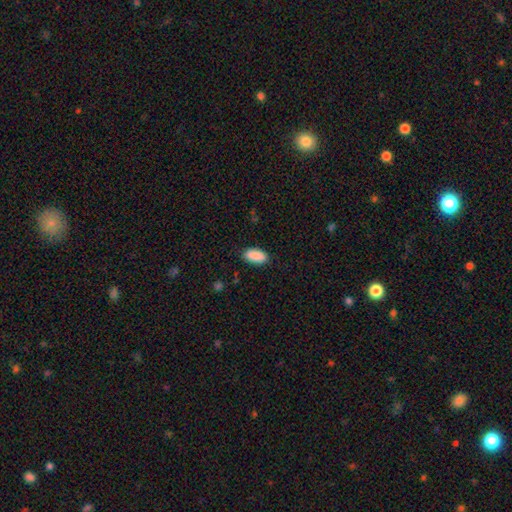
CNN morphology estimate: Q: Smooth or featured?
A: smooth (90%); runner-up: star or artifact (7%)
Q: How rounded?
A: in between (91%); runner-up: cigar-shaped (6%)
Q: Merging?
A: none (86%); runner-up: minor disturbance (11%)